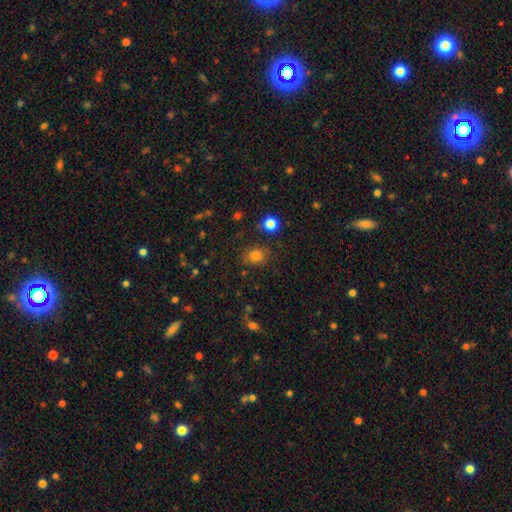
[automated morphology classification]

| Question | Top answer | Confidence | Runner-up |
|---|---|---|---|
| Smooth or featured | smooth | 80% | star or artifact (14%) |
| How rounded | round | 63% | in between (36%) |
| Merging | none | 80% | minor disturbance (12%) |